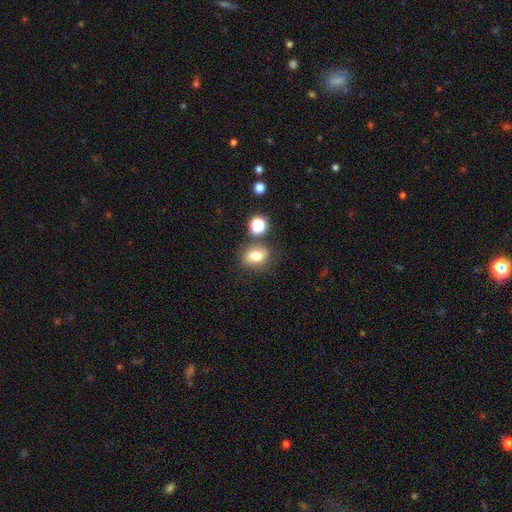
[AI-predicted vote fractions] A smooth galaxy with no disk features (75%) that is in between round and cigar-shaped (59%). Merging: none (69%).